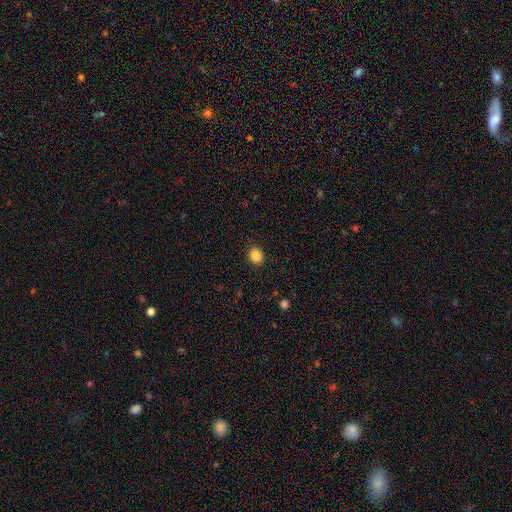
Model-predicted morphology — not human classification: Smooth or featured: smooth — 86% (star or artifact — 10%)
How rounded: round — 58% (in between — 41%)
Merging: none — 89% (minor disturbance — 8%)